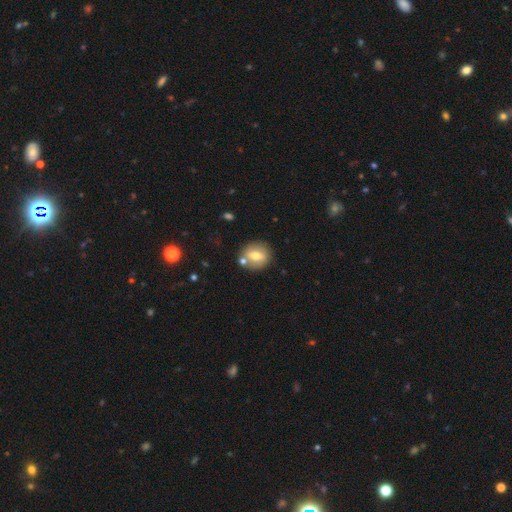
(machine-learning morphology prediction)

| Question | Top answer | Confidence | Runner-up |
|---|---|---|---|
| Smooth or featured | smooth | 61% | featured or disk (29%) |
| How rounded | round | 78% | in between (20%) |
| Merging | none | 74% | merger (13%) |